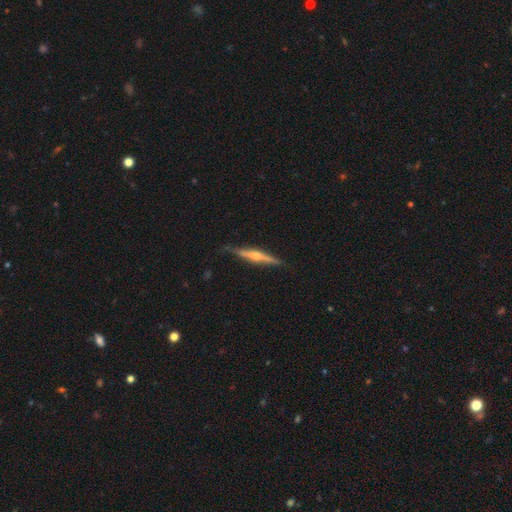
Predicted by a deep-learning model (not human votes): Smooth or featured? featured or disk (69%)
Edge-on disk? yes (97%)
Edge-on bulge? rounded (76%)
Merging? none (82%)